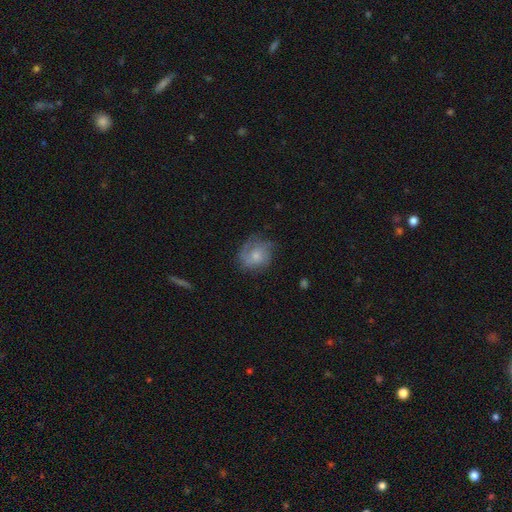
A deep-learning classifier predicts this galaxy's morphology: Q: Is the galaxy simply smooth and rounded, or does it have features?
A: featured or disk — 48%.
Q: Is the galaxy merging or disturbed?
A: none — 61%.